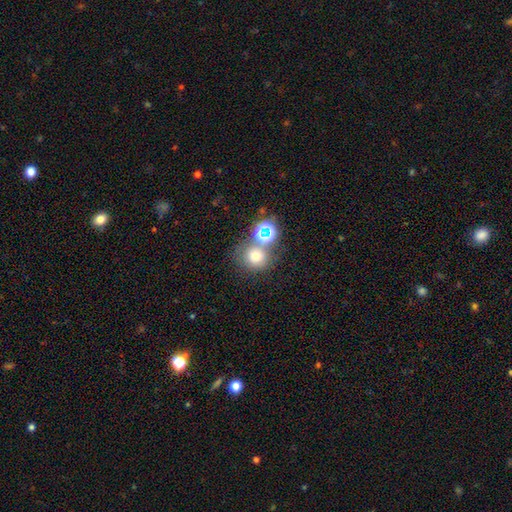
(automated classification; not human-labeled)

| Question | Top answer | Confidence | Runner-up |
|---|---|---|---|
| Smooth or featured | smooth | 68% | star or artifact (21%) |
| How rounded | round | 80% | in between (19%) |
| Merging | none | 55% | merger (30%) |